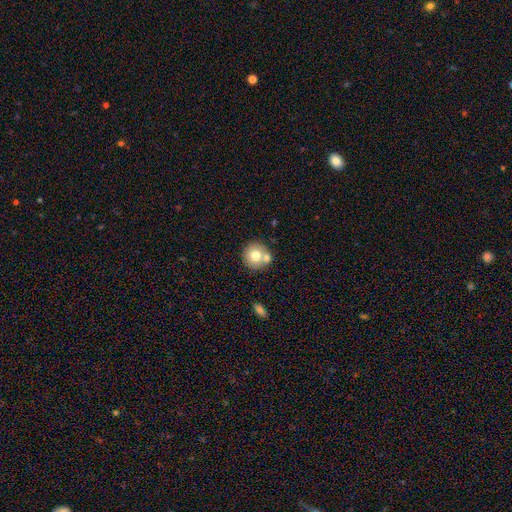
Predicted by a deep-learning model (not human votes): smooth-or-featured: smooth: 72% | featured or disk: 18% | star or artifact: 10%
  how-rounded: round: 91% | in between: 8% | cigar-shaped: 1%
  merging: none: 64% | merger: 24% | minor disturbance: 9% | major disturbance: 3%